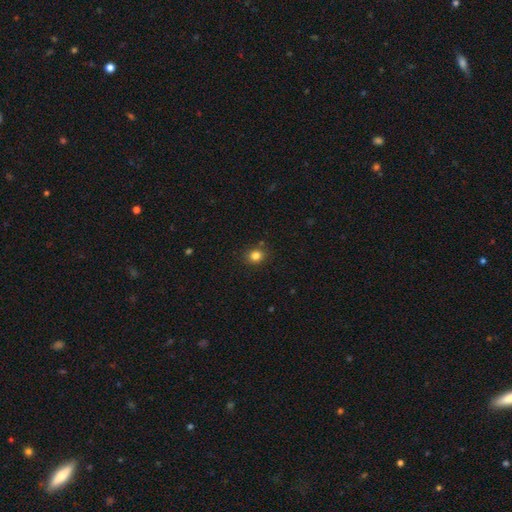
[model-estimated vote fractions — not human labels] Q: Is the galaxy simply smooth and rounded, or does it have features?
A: smooth — 82%.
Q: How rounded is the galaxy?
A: round — 74%.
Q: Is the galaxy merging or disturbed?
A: none — 86%.